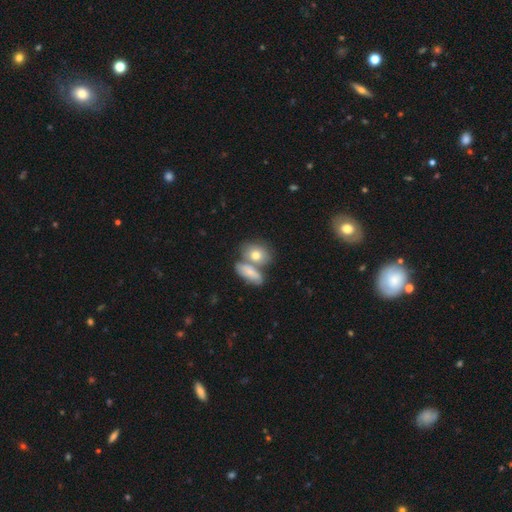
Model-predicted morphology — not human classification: A smooth galaxy with no disk features (75%) that is in between round and cigar-shaped (62%).

Vote fractions:
- Smooth or featured? smooth: 75% / featured or disk: 17% / star or artifact: 8%
- How rounded? in between: 62% / round: 35% / cigar-shaped: 4%
- Merging? none: 43% / merger: 42% / minor disturbance: 11% / major disturbance: 4%